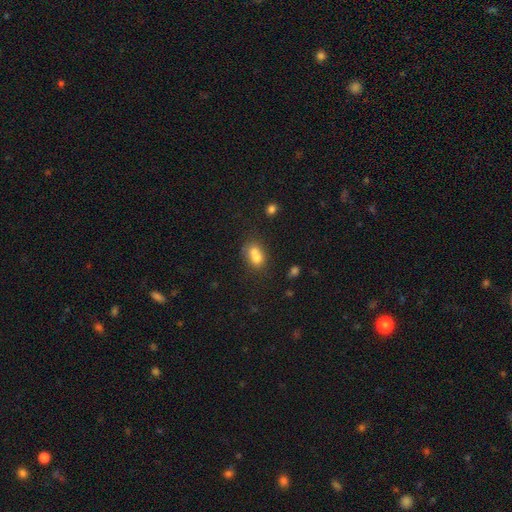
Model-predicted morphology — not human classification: type=smooth (70%); roundness=in between (55%); merging=merger (62%).